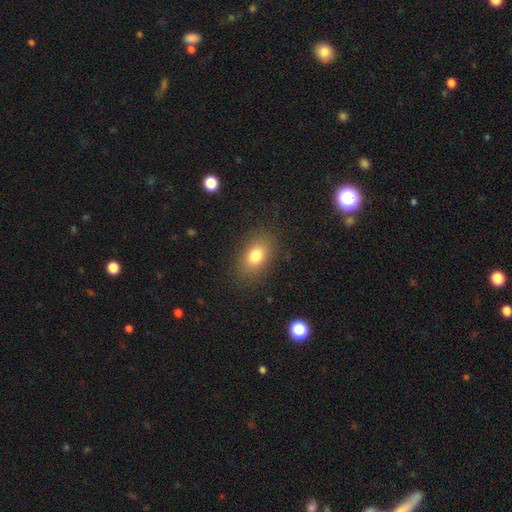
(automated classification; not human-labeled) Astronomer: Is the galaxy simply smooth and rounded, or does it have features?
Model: smooth — 80%.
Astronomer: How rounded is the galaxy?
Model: in between — 81%.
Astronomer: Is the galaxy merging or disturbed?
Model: none — 84%.